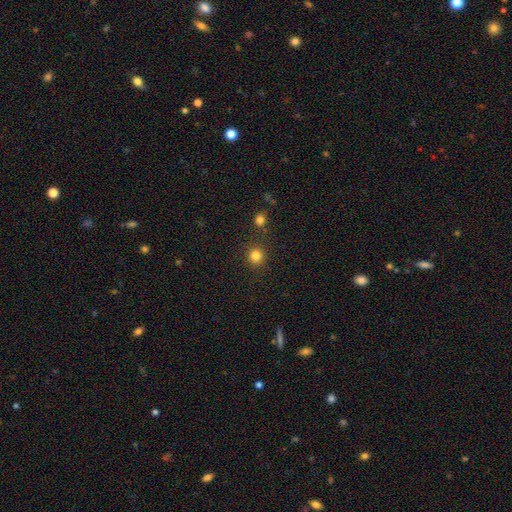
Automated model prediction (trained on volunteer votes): Q: Smooth or featured?
A: smooth (82%); runner-up: star or artifact (13%)
Q: How rounded?
A: round (93%); runner-up: in between (6%)
Q: Merging?
A: none (86%); runner-up: minor disturbance (7%)